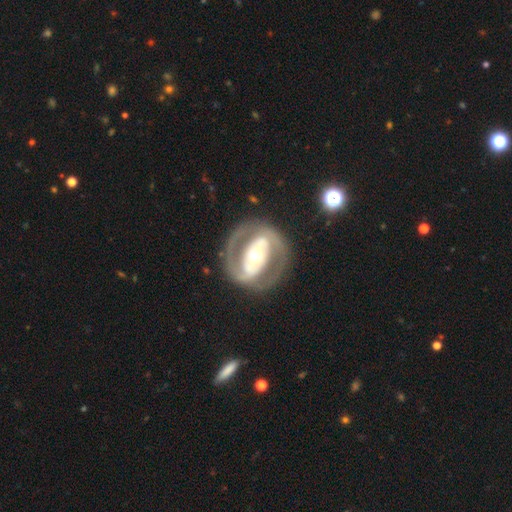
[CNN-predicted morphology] featured or disk 82%, smooth 14%, star or artifact 5%. Down the decision tree: edge-on disk — no (95%); bar — strong (58%); spiral arms — yes (68%); spiral arm count — 2 (84%); spiral winding — tight (42%, tied with medium); bulge size — moderate (65%); merging — none (79%).